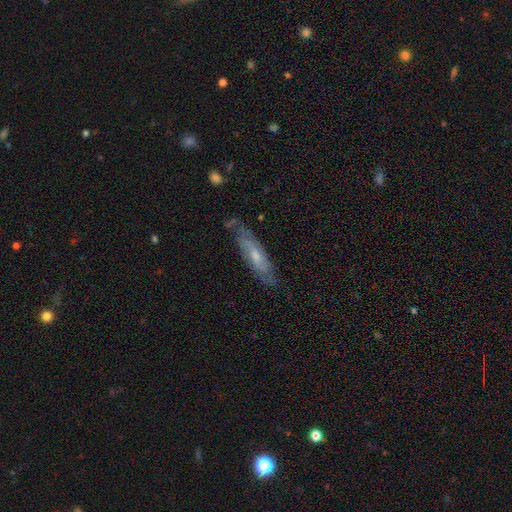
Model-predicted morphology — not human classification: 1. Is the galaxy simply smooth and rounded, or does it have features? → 63% featured or disk, 30% smooth, 7% star or artifact.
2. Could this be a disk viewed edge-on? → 62% no, 38% yes.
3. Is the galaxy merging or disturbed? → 74% none, 19% minor disturbance, 5% major disturbance, 2% merger.